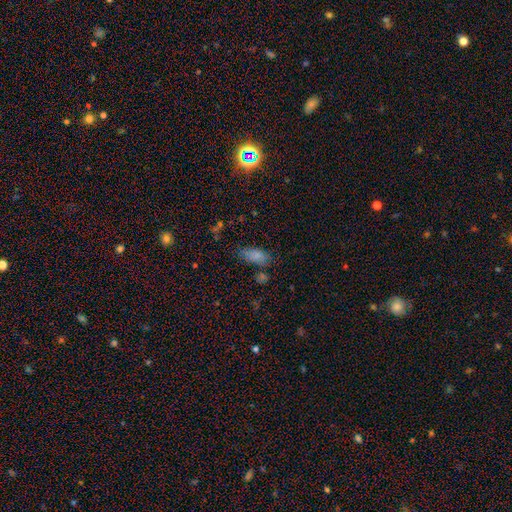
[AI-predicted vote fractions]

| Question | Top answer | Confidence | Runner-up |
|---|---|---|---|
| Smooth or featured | smooth | 78% | star or artifact (14%) |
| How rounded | in between | 87% | cigar-shaped (9%) |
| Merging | none | 66% | minor disturbance (21%) |